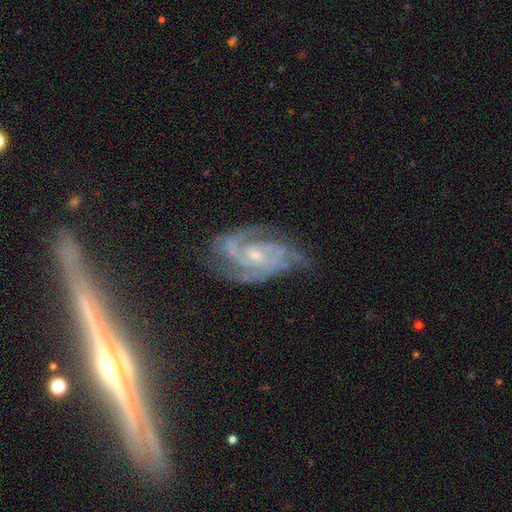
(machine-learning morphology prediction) type=featured or disk (88%); edge-on=no (97%); bar=no (58%); spiral arms=yes (98%); winding=tight (48%); arm count=2 (38%); bulge=small (69%); merging=none (62%).